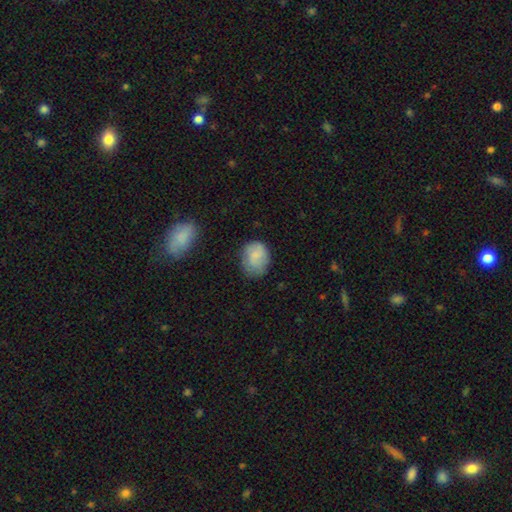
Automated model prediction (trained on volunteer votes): This is likely a smooth galaxy (74%). How rounded: possibly in between (52%). Merging: likely none (64%).